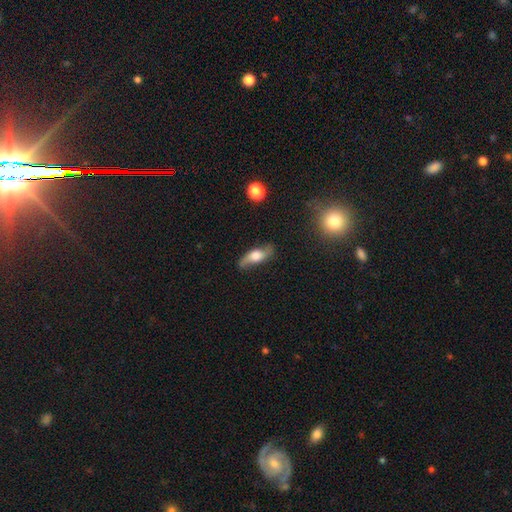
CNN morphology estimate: This is possibly a featured or disk galaxy (54%). It is likely not viewed edge-on (63%). Merging: likely none (73%).